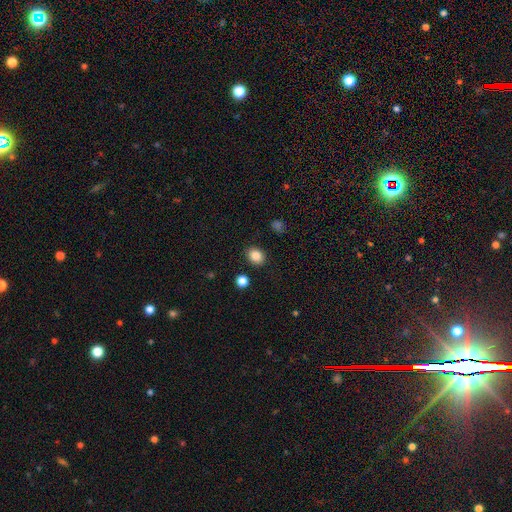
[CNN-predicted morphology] A smooth galaxy with no disk features (85%) that is round (50%).

Vote fractions:
- Smooth or featured? smooth: 85% / star or artifact: 10% / featured or disk: 5%
- How rounded? round: 50% / in between: 49% / cigar-shaped: 1%
- Merging? none: 88% / minor disturbance: 8% / merger: 2% / major disturbance: 2%